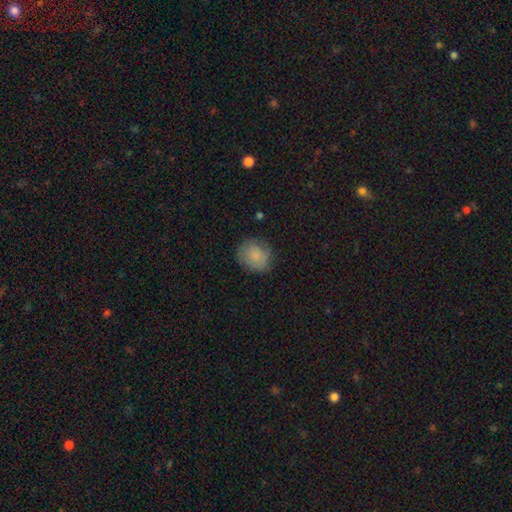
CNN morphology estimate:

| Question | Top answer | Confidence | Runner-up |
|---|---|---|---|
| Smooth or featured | smooth | 83% | featured or disk (9%) |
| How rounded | round | 74% | in between (25%) |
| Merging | none | 78% | minor disturbance (17%) |